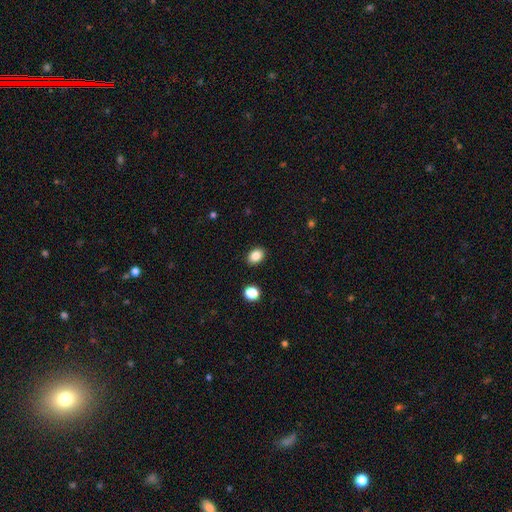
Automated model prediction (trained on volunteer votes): Overall: smooth (86%). How rounded: in between (65%; round 34%). Merging: none (89%).